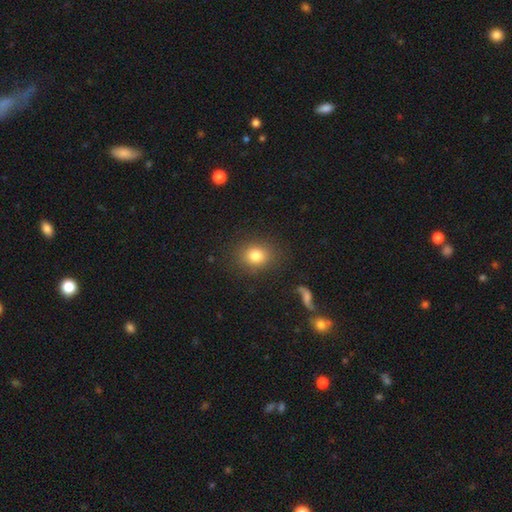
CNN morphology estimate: Smooth or featured?
  - smooth: 81% *
  - star or artifact: 11%
  - featured or disk: 8%
How rounded?
  - round: 63% *
  - in between: 35%
  - cigar-shaped: 1%
Merging?
  - none: 85% *
  - minor disturbance: 9%
  - major disturbance: 4%
  - merger: 2%